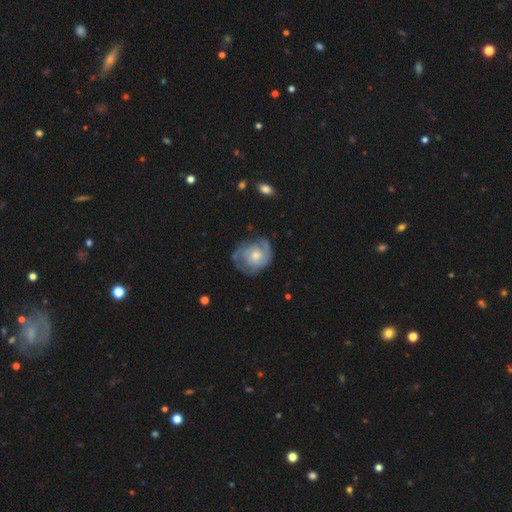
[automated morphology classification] Smooth or featured?
  - featured or disk: 67% *
  - smooth: 27%
  - star or artifact: 6%
Edge-on disk?
  - no: 97% *
  - yes: 3%
Bar?
  - no: 78% *
  - weak: 20%
  - strong: 2%
Spiral arms?
  - yes: 81% *
  - no: 19%
Spiral winding?
  - tight: 55% *
  - medium: 32%
  - loose: 13%
Spiral arm count?
  - can't tell: 38% *
  - 2: 34%
  - 3: 13%
  - 1: 8%
  - 4: 4%
  - more than 4: 3%
Bulge size?
  - moderate: 54% *
  - small: 37%
  - large: 5%
  - none: 3%
  - dominant: 1%
Merging?
  - none: 57% *
  - minor disturbance: 27%
  - major disturbance: 14%
  - merger: 2%